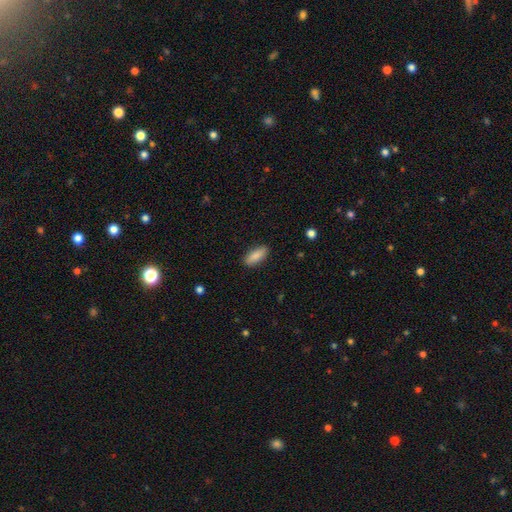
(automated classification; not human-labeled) A smooth galaxy with no disk features (87%) that is in between round and cigar-shaped (76%).

Vote fractions:
- Smooth or featured? smooth: 87% / featured or disk: 7% / star or artifact: 6%
- How rounded? in between: 76% / cigar-shaped: 22% / round: 2%
- Merging? none: 88% / minor disturbance: 8% / major disturbance: 2% / merger: 1%